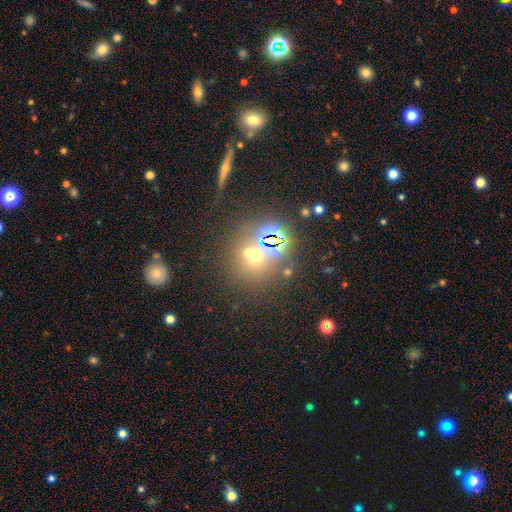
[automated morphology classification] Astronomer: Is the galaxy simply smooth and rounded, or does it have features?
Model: star or artifact — 43% (runner-up: smooth, 42%).